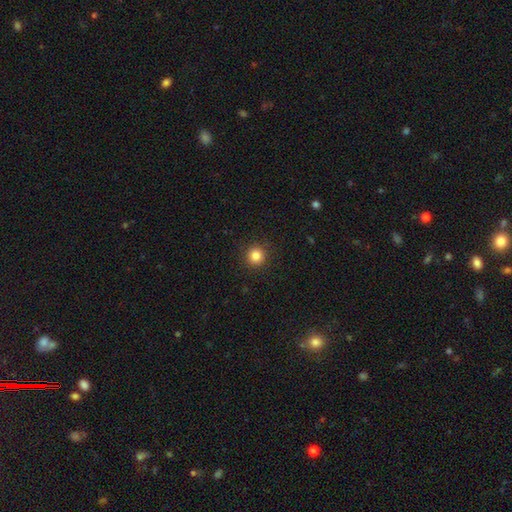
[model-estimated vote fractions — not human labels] Smooth or featured: smooth — 84% (star or artifact — 12%)
How rounded: round — 95% (in between — 4%)
Merging: none — 91% (minor disturbance — 6%)